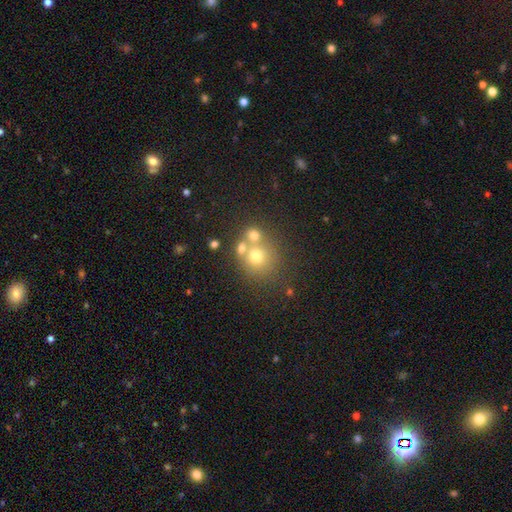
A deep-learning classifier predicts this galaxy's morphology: Smooth or featured: smooth — 65% (featured or disk — 18%)
How rounded: round — 85% (in between — 14%)
Merging: none — 51% (merger — 36%)